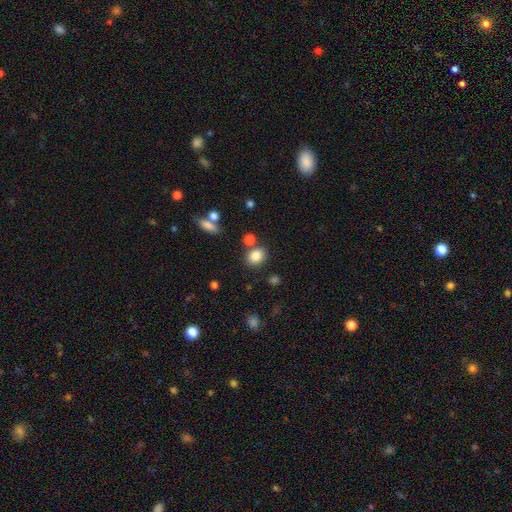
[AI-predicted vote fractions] A smooth galaxy with no disk features (83%) that is round (55%).

Vote fractions:
- Smooth or featured? smooth: 83% / star or artifact: 11% / featured or disk: 7%
- How rounded? round: 55% / in between: 44% / cigar-shaped: 1%
- Merging? none: 73% / merger: 13% / minor disturbance: 11% / major disturbance: 4%